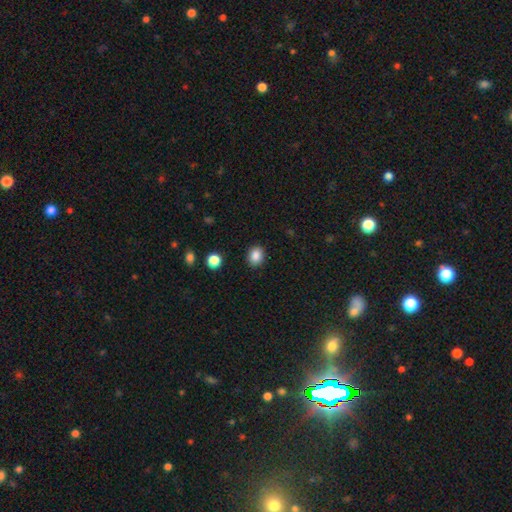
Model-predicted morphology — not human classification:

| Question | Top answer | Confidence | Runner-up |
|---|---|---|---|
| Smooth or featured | smooth | 87% | star or artifact (9%) |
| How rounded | round | 55% | in between (44%) |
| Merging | none | 90% | minor disturbance (7%) |